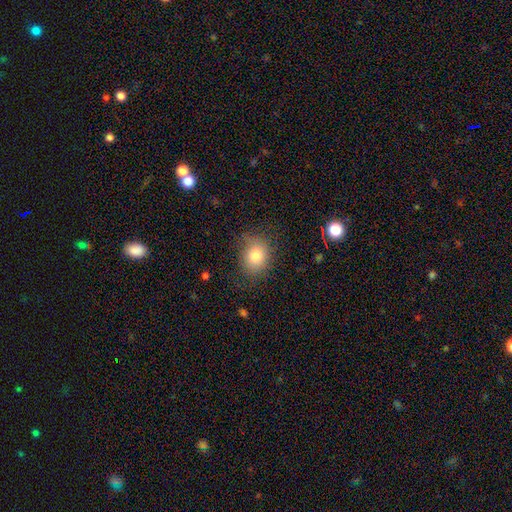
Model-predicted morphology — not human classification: Q: Smooth or featured?
A: smooth (79%); runner-up: star or artifact (11%)
Q: How rounded?
A: round (55%); runner-up: in between (44%)
Q: Merging?
A: none (74%); runner-up: minor disturbance (18%)